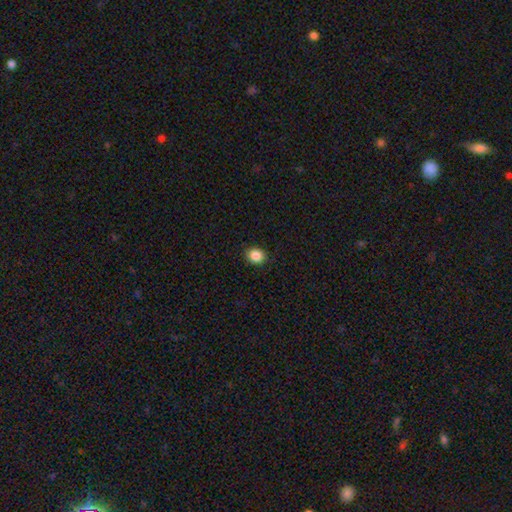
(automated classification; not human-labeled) Smooth or featured? smooth (87%)
How rounded? round (71%)
Merging? none (91%)